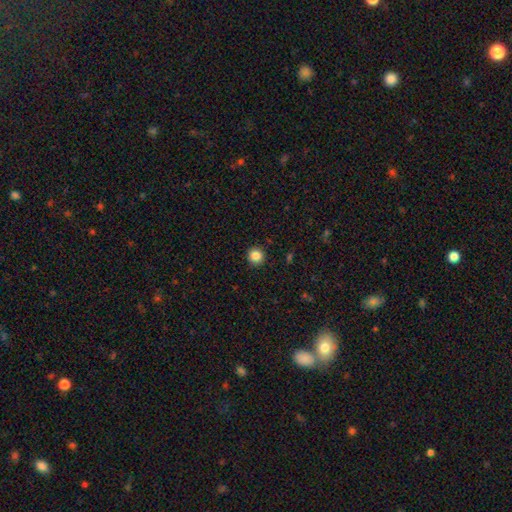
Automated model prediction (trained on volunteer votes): Smooth or featured: smooth — 85% (star or artifact — 11%)
How rounded: round — 94% (in between — 5%)
Merging: none — 92% (minor disturbance — 5%)